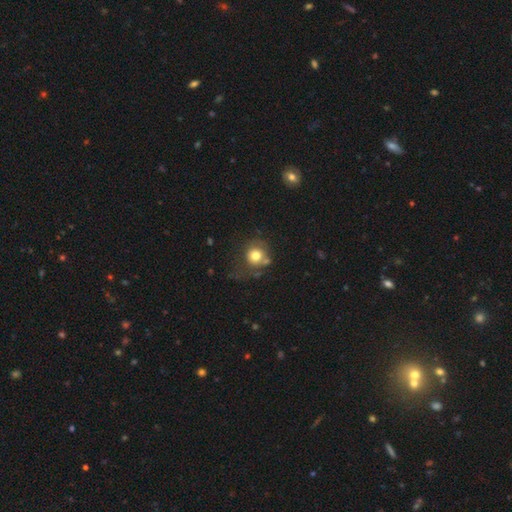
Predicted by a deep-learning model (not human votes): Smooth or featured: smooth — 76% (featured or disk — 13%)
How rounded: round — 86% (in between — 13%)
Merging: none — 55% (minor disturbance — 21%)